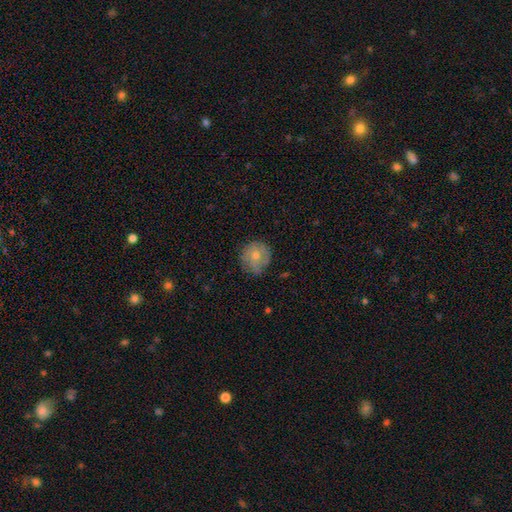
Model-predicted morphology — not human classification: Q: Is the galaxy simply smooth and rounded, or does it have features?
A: smooth — 63%.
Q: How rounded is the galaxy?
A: round — 86%.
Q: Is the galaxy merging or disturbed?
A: none — 70%.